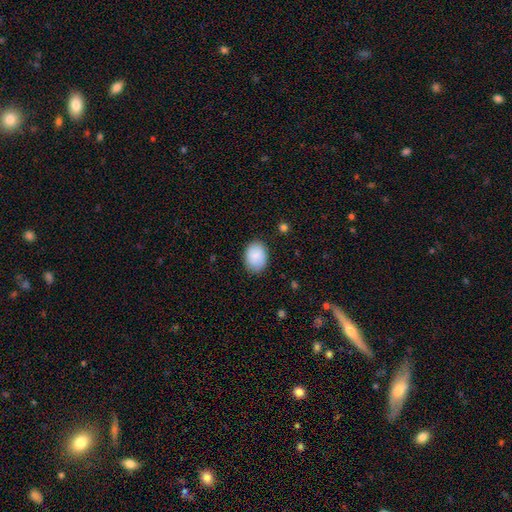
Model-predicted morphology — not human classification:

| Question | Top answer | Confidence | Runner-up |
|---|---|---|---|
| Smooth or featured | smooth | 88% | star or artifact (7%) |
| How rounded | in between | 72% | round (27%) |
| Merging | none | 84% | minor disturbance (12%) |